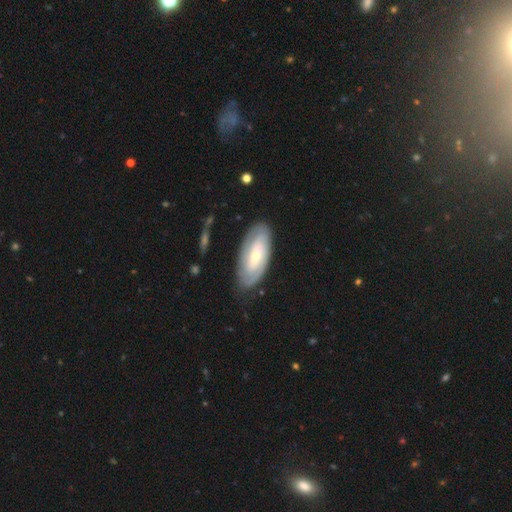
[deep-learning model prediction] smooth-or-featured: featured or disk: 67% | smooth: 28% | star or artifact: 5%
  disk-edge-on: no: 92% | yes: 8%
    bar: no: 52% | weak: 33% | strong: 15%
    has-spiral-arms: yes: 84% | no: 16%
      spiral-winding: tight: 67% | medium: 25% | loose: 8%
      spiral-arm-count: 2: 47% | can't tell: 38% | 3: 7% | 1: 4% | 4: 3% | more than 4: 2%
    bulge-size: small: 63% | moderate: 33% | large: 2% | none: 1% | dominant: 1%
  merging: none: 81% | minor disturbance: 14% | major disturbance: 4% | merger: 1%